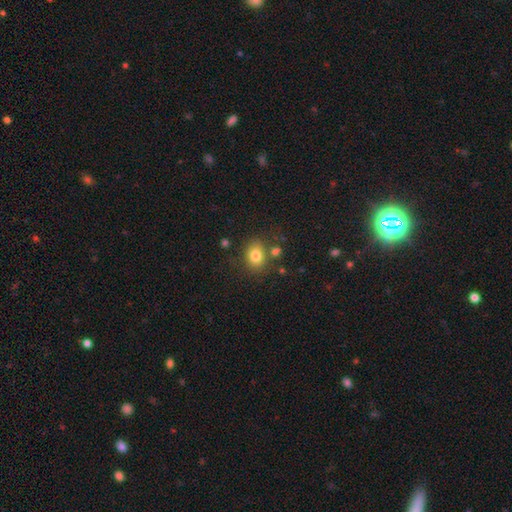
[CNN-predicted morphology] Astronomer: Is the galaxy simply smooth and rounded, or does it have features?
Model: smooth — 80%.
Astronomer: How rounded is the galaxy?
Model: round — 50% (runner-up: in between, 49%).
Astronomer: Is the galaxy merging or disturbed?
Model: none — 74%.